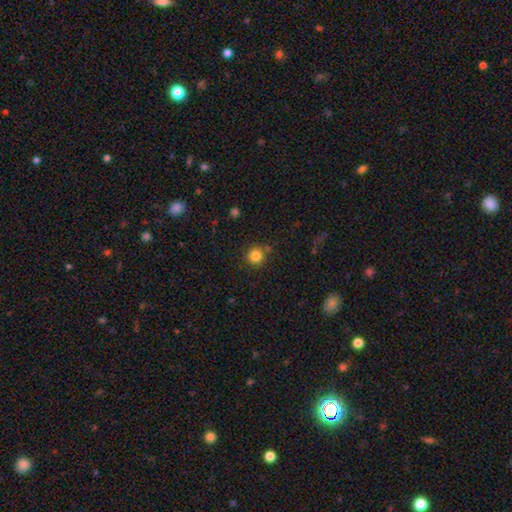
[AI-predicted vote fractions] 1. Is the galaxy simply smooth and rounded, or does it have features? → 84% smooth, 12% star or artifact, 5% featured or disk.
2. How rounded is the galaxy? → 94% round, 5% in between, 1% cigar-shaped.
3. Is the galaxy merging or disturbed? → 84% none, 9% minor disturbance, 5% merger, 3% major disturbance.